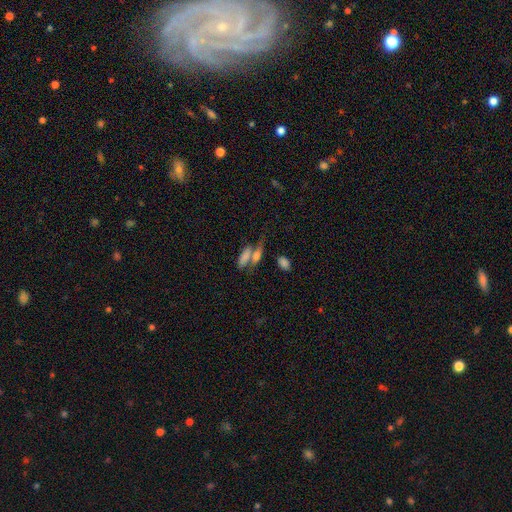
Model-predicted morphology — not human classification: smooth 40%, featured or disk 34%, star or artifact 26%. Down the decision tree: merging — none (42%).